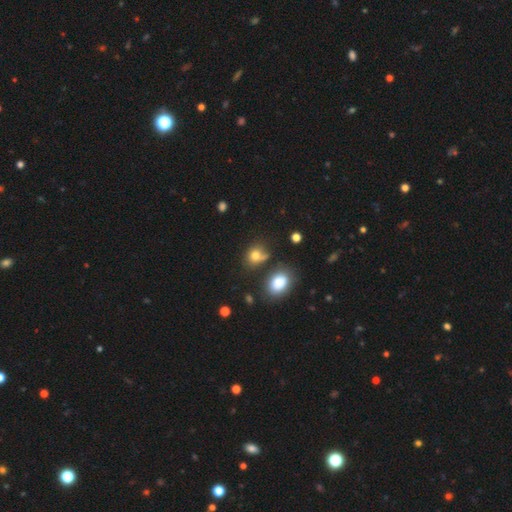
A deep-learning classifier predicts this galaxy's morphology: smooth 75%, star or artifact 15%, featured or disk 10%. Down the decision tree: how rounded — round (62%); merging — none (56%).